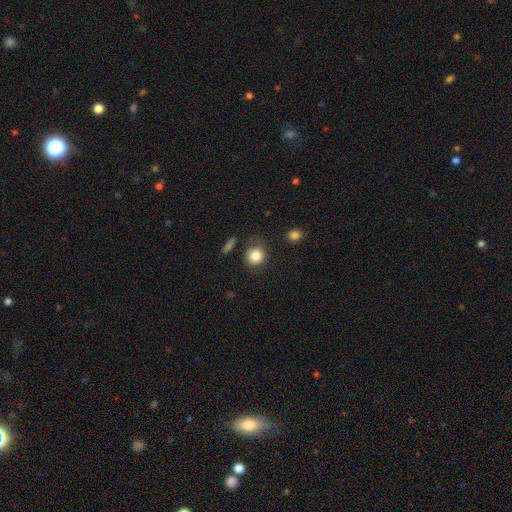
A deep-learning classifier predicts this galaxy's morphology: This is clearly a smooth galaxy (84%). How rounded: clearly round (87%). Merging: likely none (74%).